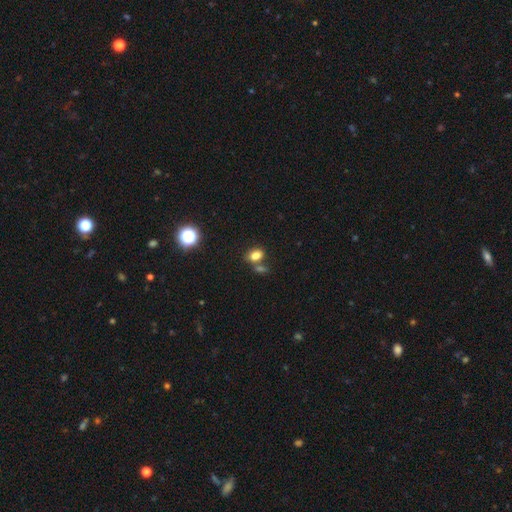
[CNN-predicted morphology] Smooth or featured: smooth — 80% (star or artifact — 13%)
How rounded: in between — 78% (round — 20%)
Merging: none — 57% (merger — 27%)